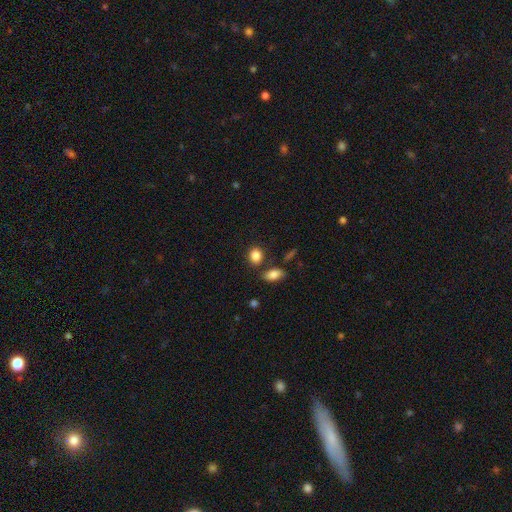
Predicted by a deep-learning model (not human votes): Morphology: type=smooth (86%); roundness=in between (56%); merging=none (73%).